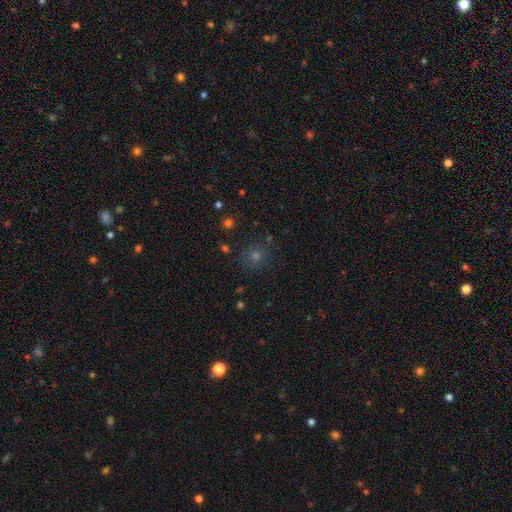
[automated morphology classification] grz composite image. It shows a smooth galaxy with no disk features (56%) that is round (91%). Merging: none (86%).